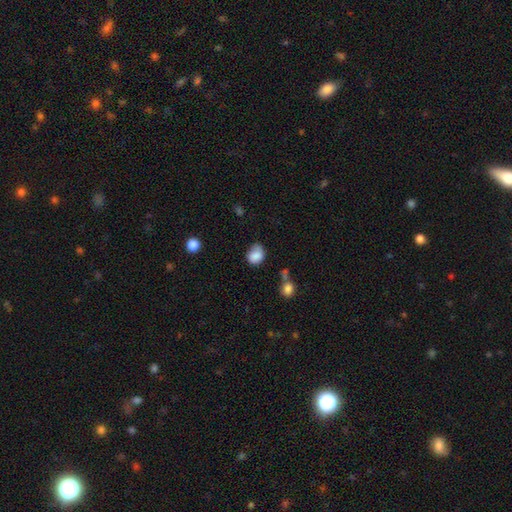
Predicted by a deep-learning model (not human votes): This appears to be a smooth galaxy with no disk features (84%) that is round (53%). Merging: none (54%).